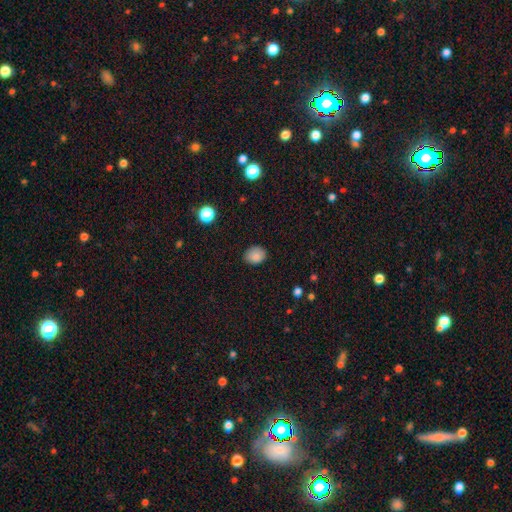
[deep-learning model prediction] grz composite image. It shows a smooth galaxy with no disk features (85%) that is round (50%). Merging: none (84%).